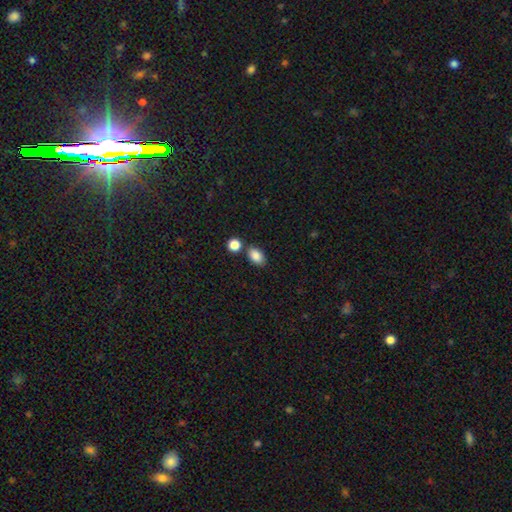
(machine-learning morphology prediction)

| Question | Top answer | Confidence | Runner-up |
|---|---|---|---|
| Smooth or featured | smooth | 87% | star or artifact (9%) |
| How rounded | in between | 86% | round (13%) |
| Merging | none | 74% | merger (12%) |